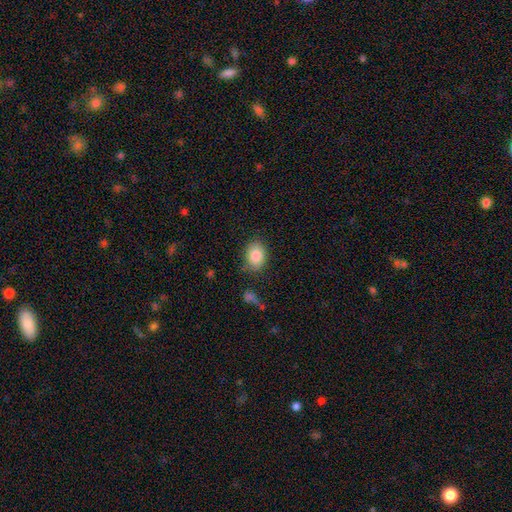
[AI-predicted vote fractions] Overall: smooth (86%). How rounded: in between (72%). Merging: none (79%).